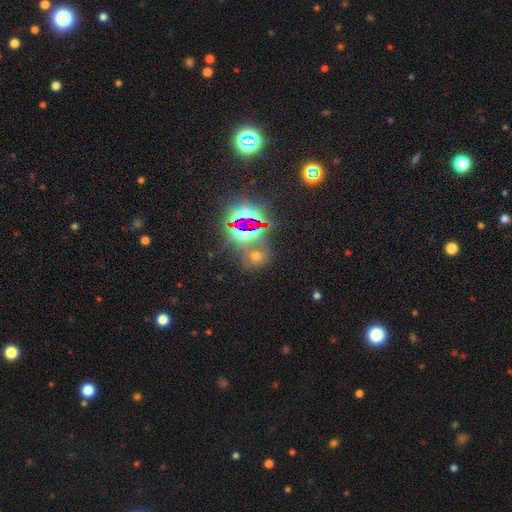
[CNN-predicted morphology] smooth_or_featured: star or artifact (p=0.61) [alt: smooth p=0.26]